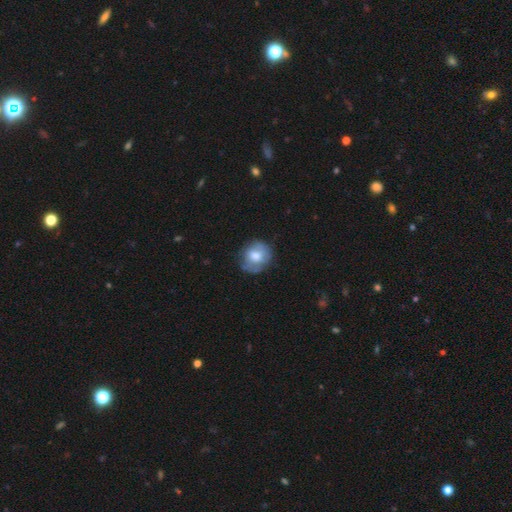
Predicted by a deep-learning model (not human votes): The model was most divided on "smooth or featured": smooth: 63%, featured or disk: 30%, star or artifact: 8%. More confident: how rounded — round (77%); merging — none (64%).